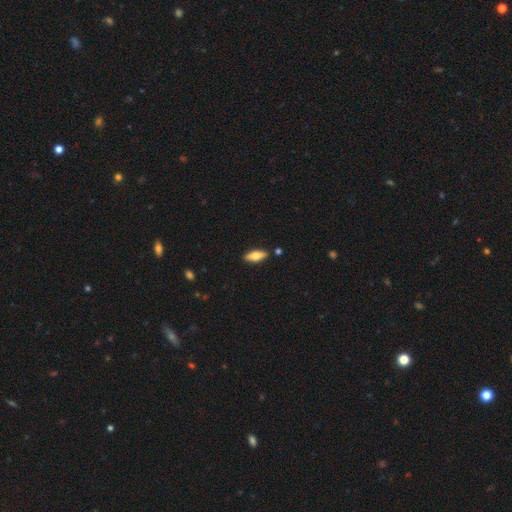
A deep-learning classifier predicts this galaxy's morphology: Smooth or featured? Predicted: smooth (p=0.67). How rounded? Predicted: in between (p=0.70). Merging? Predicted: none (p=0.87).